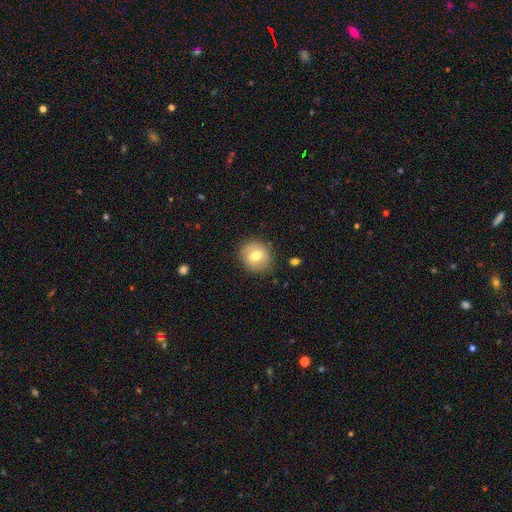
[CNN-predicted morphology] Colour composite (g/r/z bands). It shows a smooth galaxy with no disk features (68%) that is round (80%). Merging: none (84%).